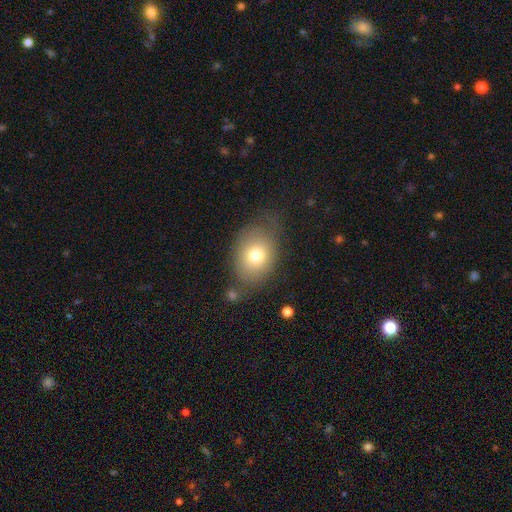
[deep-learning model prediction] Overall: smooth (74%). How rounded: in between (66%; round 33%). Merging: none (62%; minor disturbance 23%).